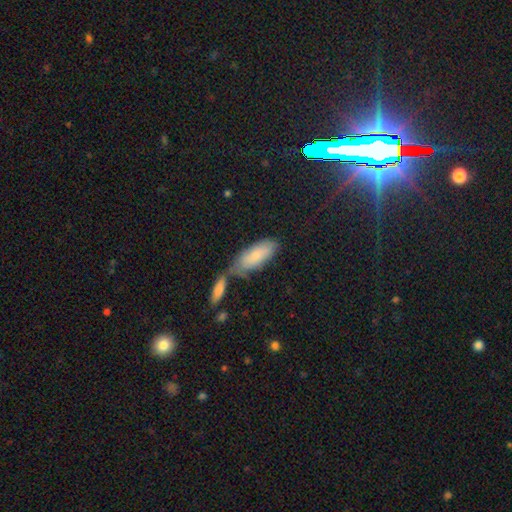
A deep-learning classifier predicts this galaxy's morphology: smooth 77%, featured or disk 16%, star or artifact 7%. Down the decision tree: how rounded — in between (80%); merging — none (48%).